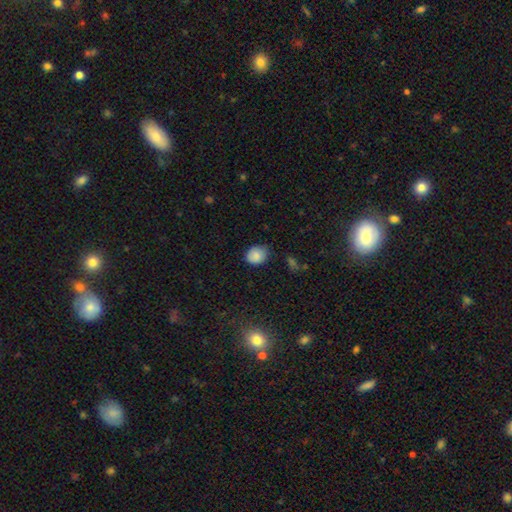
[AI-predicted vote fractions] This appears to be a smooth galaxy with no disk features (83%) that is round (57%). Merging: none (69%).